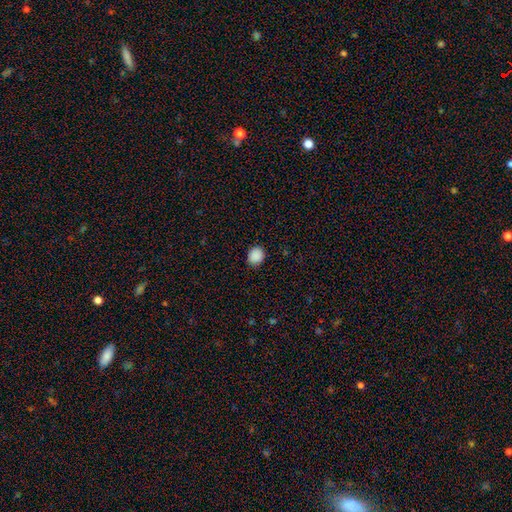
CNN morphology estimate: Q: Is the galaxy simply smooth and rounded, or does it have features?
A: smooth — 89%.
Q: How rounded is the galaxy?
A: round — 76%.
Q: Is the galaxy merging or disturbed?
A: none — 89%.